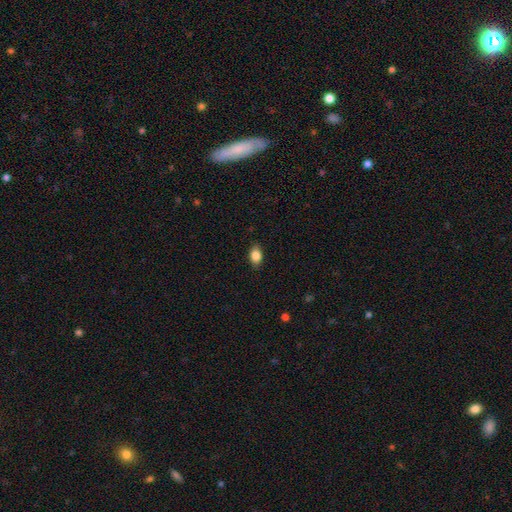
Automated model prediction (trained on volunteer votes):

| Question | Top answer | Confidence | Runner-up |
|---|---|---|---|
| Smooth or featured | smooth | 85% | star or artifact (8%) |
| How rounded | in between | 81% | round (17%) |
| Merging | none | 85% | minor disturbance (12%) |